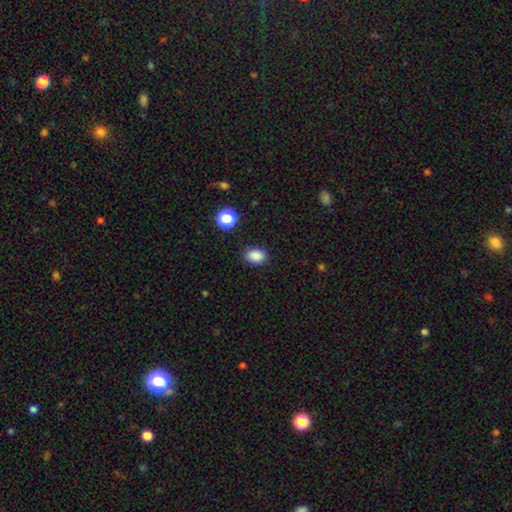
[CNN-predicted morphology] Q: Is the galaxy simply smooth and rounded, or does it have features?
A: smooth — 87%.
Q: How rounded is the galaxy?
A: in between — 68%.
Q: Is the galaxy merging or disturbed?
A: none — 87%.